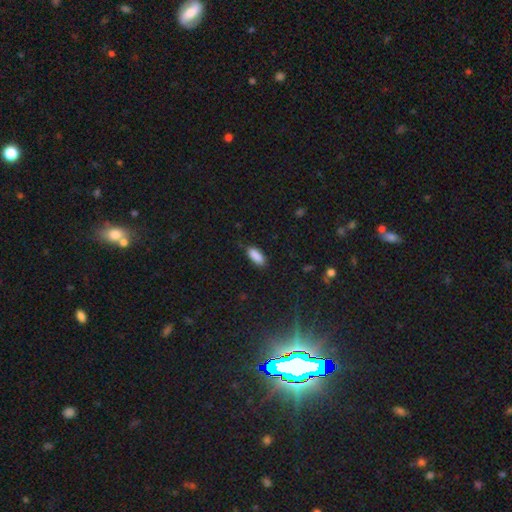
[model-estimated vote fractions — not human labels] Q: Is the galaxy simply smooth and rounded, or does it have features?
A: smooth — 89%.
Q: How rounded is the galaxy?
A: in between — 83%.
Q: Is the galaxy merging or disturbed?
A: none — 82%.